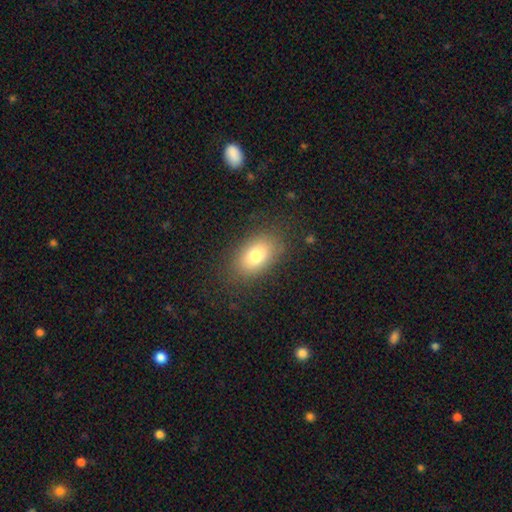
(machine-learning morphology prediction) This appears to be a smooth galaxy with no disk features (79%) that is in between round and cigar-shaped (88%). Merging: none (83%).